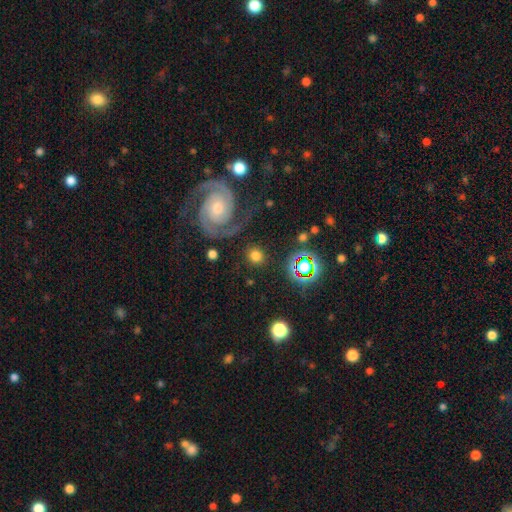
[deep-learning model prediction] smooth_or_featured: smooth (p=0.64) [alt: featured or disk p=0.23]
how_rounded: round (p=0.87) [alt: in between p=0.12]
merging: none (p=0.83) [alt: minor disturbance p=0.08]